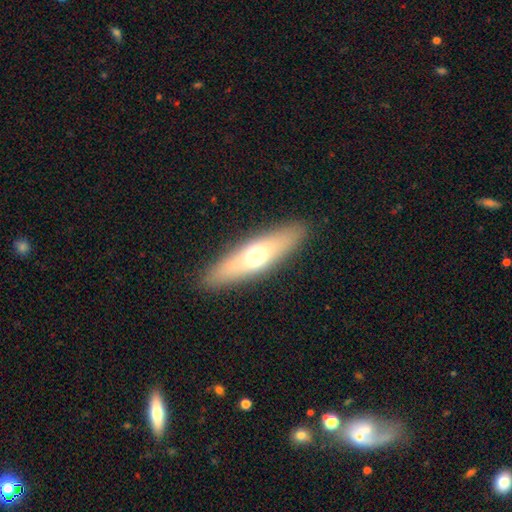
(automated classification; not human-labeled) Smooth or featured: smooth — 56% (featured or disk — 37%)
How rounded: cigar-shaped — 62% (in between — 36%)
Merging: none — 89% (minor disturbance — 8%)